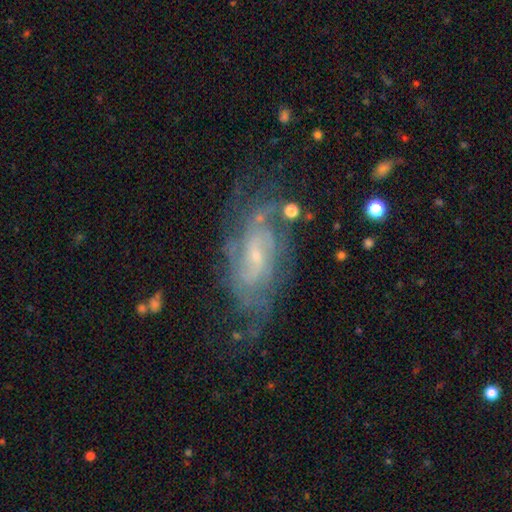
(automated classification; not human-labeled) Overall: featured or disk (81%). Edge-on disk: no (94%). Bar: no (49%; weak 41%). Spiral arms: yes (90%). Spiral arm count: can't tell (42%; 2 23%). Spiral winding: tight (48%; medium 39%). Bulge size: small (71%). Merging: none (65%).